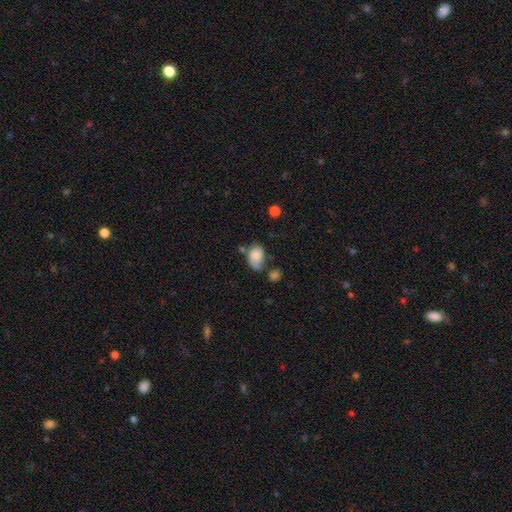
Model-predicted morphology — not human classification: Smooth or featured: smooth — 71% (featured or disk — 20%)
How rounded: in between — 80% (round — 19%)
Merging: none — 32% (minor disturbance — 29%)